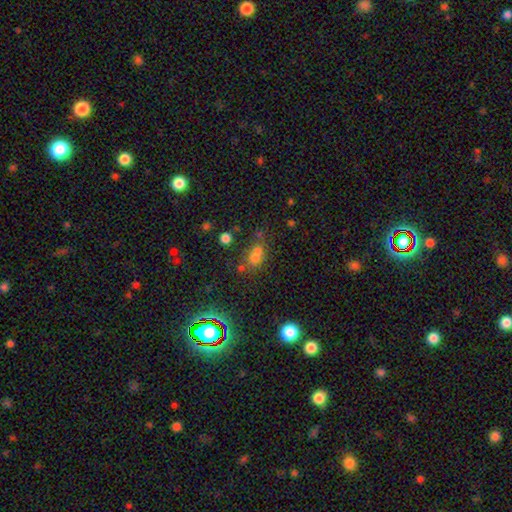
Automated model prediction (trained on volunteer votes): Smooth or featured?
  - smooth: 62% *
  - star or artifact: 24%
  - featured or disk: 14%
How rounded?
  - in between: 57% *
  - round: 40%
  - cigar-shaped: 4%
Merging?
  - none: 44% *
  - merger: 35%
  - minor disturbance: 14%
  - major disturbance: 8%